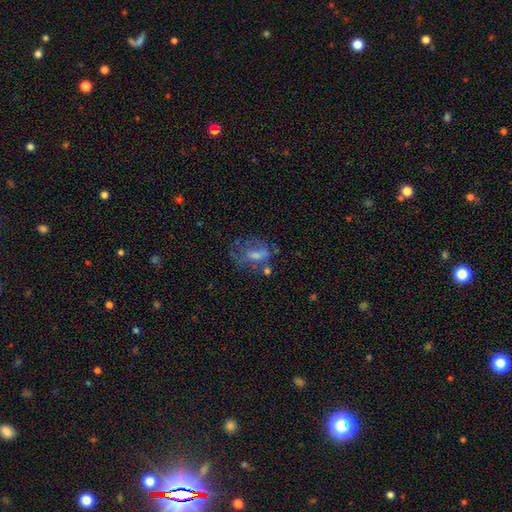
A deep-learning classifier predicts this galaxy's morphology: This is possibly a featured or disk galaxy (48%). Merging: marginally none (39%).